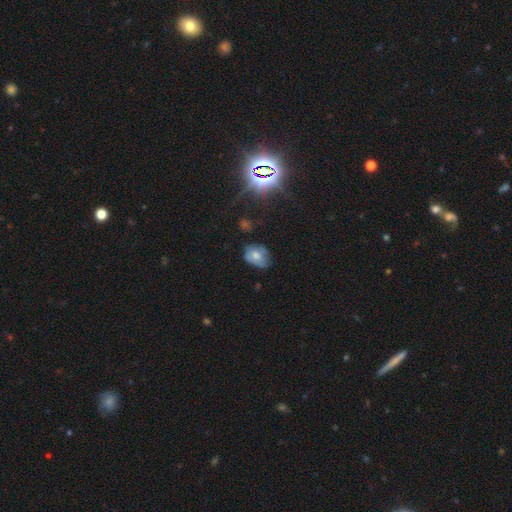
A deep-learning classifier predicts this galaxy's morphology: Smooth or featured: smooth — 62% (featured or disk — 26%)
How rounded: in between — 65% (round — 33%)
Merging: none — 51% (minor disturbance — 35%)